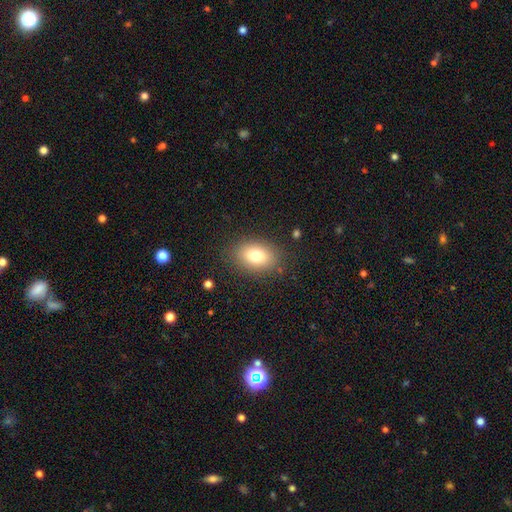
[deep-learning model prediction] Smooth or featured? smooth (79%)
How rounded? in between (81%)
Merging? none (84%)